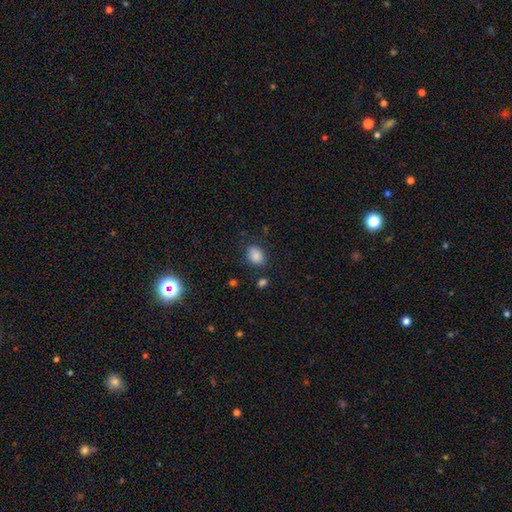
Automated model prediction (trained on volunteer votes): smooth-or-featured: smooth: 87% | star or artifact: 9% | featured or disk: 4%
  how-rounded: in between: 79% | round: 20% | cigar-shaped: 1%
  merging: none: 78% | minor disturbance: 15% | major disturbance: 4% | merger: 3%